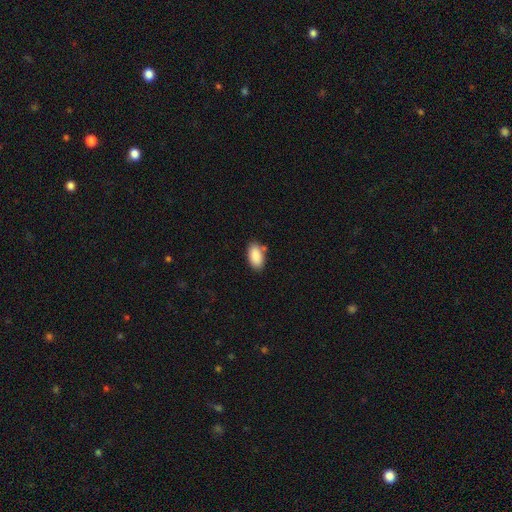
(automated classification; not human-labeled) This is clearly a smooth galaxy (88%). How rounded: clearly in between (94%). Merging: likely none (79%).